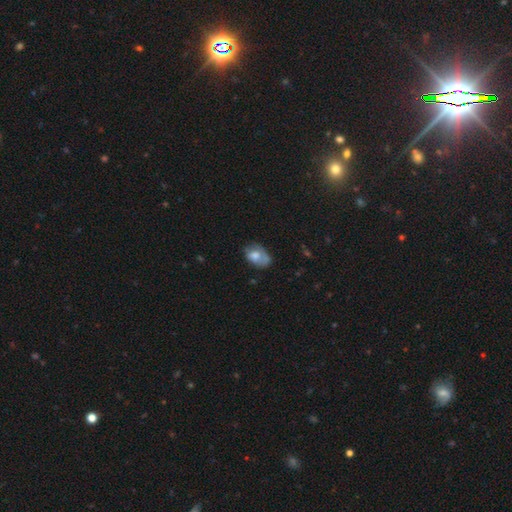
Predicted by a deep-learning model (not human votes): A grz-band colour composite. It shows a smooth galaxy with no disk features (64%) that is in between round and cigar-shaped (82%). Merging: none (42%).